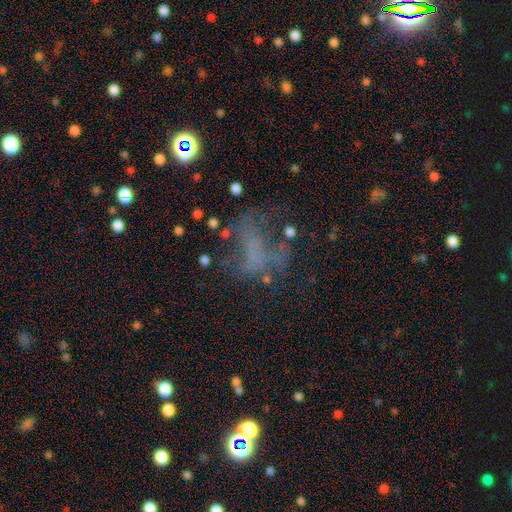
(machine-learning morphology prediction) This is marginally a featured or disk galaxy (41%). Merging: marginally none (41%).